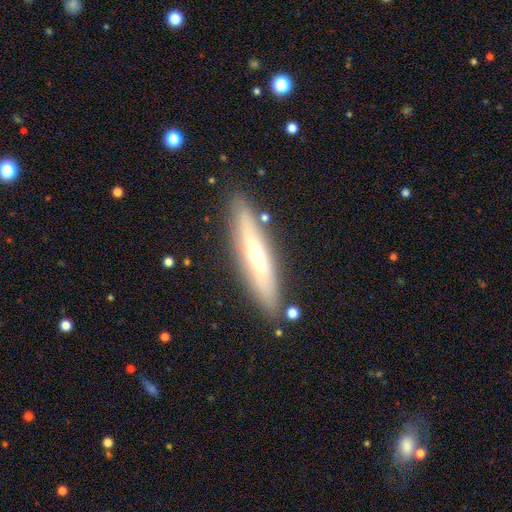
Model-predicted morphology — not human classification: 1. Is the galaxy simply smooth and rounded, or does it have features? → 59% featured or disk, 34% smooth, 7% star or artifact.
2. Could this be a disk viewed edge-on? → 80% yes, 20% no.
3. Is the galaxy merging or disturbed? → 84% none, 11% minor disturbance, 3% merger, 2% major disturbance.